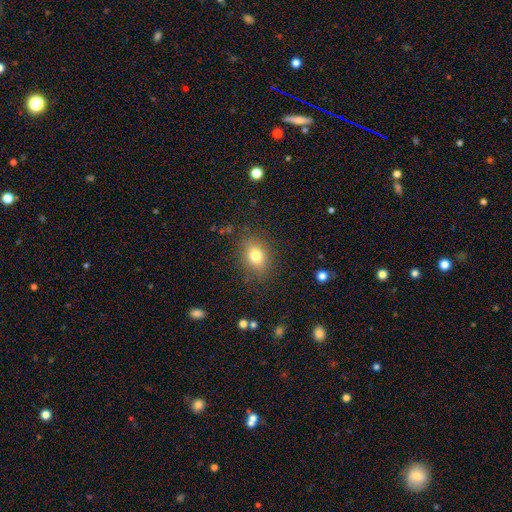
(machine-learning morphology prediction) smooth-or-featured: smooth: 77% | star or artifact: 11% | featured or disk: 11%
  how-rounded: in between: 64% | round: 34% | cigar-shaped: 2%
  merging: none: 82% | minor disturbance: 12% | major disturbance: 4% | merger: 1%